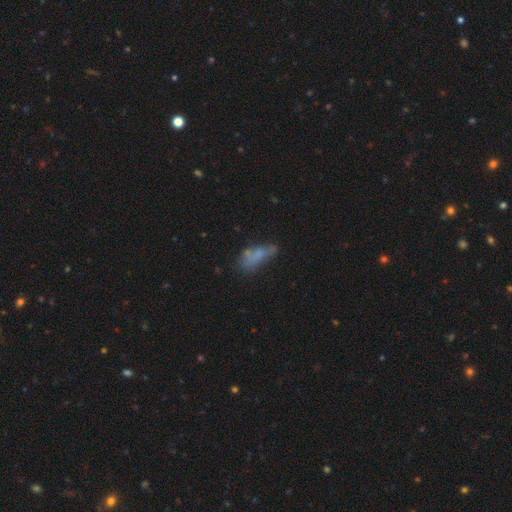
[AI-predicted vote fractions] Smooth or featured? smooth (59%)
How rounded? in between (66%)
Merging? none (41%)